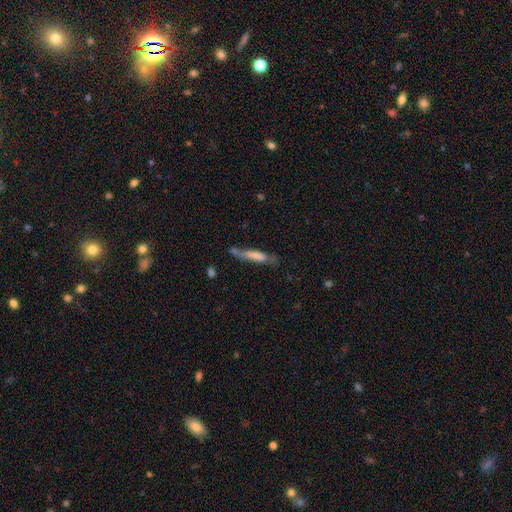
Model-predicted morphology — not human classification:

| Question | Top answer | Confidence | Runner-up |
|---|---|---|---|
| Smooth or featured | smooth | 66% | featured or disk (28%) |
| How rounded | cigar-shaped | 86% | in between (13%) |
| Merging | none | 52% | minor disturbance (26%) |